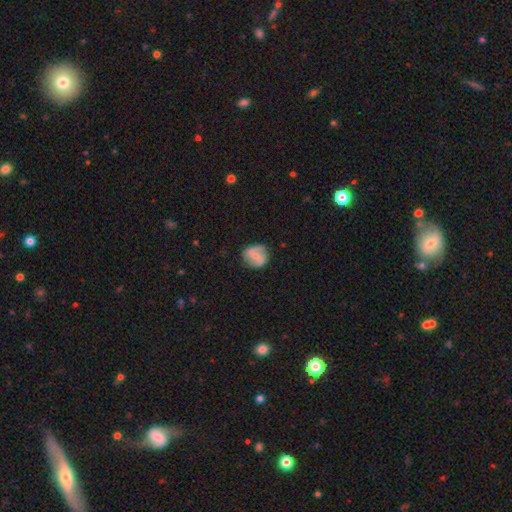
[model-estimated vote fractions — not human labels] Smooth or featured? Predicted: featured or disk (p=0.53). Edge-on disk? Predicted: no (p=0.96). Bar? Predicted: weak (p=0.42). Spiral arms? Predicted: yes (p=0.66). Bulge size? Predicted: small (p=0.54). Merging? Predicted: none (p=0.75).